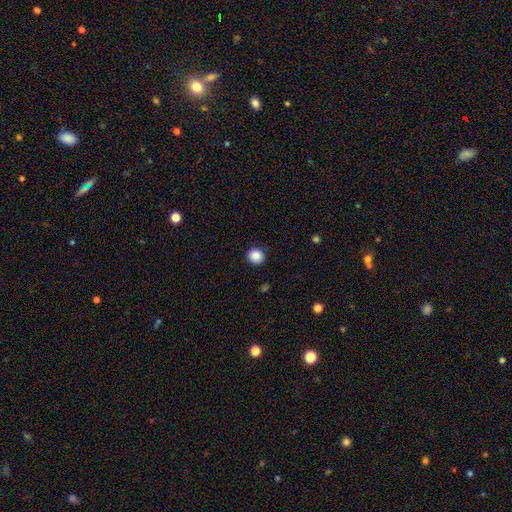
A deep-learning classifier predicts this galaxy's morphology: A smooth galaxy with no disk features (88%) that is round (90%).

Vote fractions:
- Smooth or featured? smooth: 88% / star or artifact: 9% / featured or disk: 3%
- How rounded? round: 90% / in between: 10% / cigar-shaped: 1%
- Merging? none: 91% / minor disturbance: 6% / major disturbance: 2% / merger: 1%